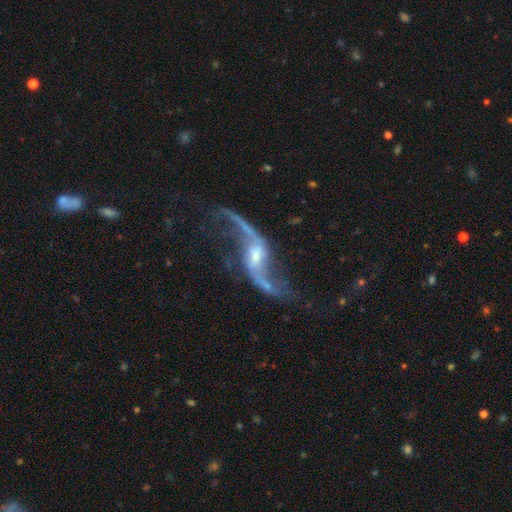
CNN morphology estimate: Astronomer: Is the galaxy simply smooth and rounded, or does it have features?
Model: featured or disk — 91%.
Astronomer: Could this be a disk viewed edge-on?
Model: no — 94%.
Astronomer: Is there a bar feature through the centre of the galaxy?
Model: weak — 44% (runner-up: strong, 31%).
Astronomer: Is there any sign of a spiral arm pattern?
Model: yes — 96%.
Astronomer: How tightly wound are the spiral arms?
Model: loose — 93%.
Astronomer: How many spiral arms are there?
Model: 2 — 94%.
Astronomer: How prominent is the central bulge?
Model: small — 50% (runner-up: moderate, 39%).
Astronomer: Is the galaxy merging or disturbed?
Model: none — 67%.